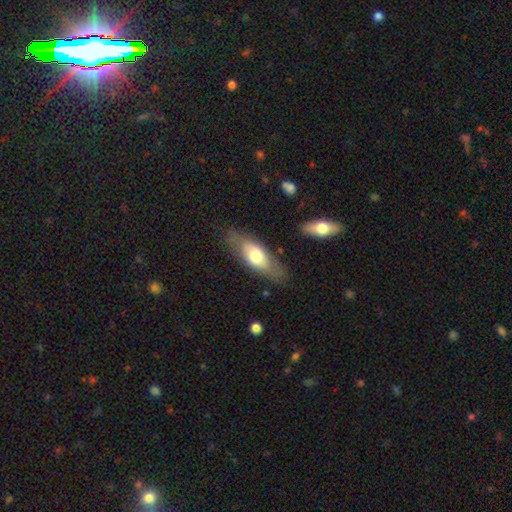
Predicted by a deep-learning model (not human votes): Smooth or featured? smooth (60%)
How rounded? in between (72%)
Merging? none (74%)